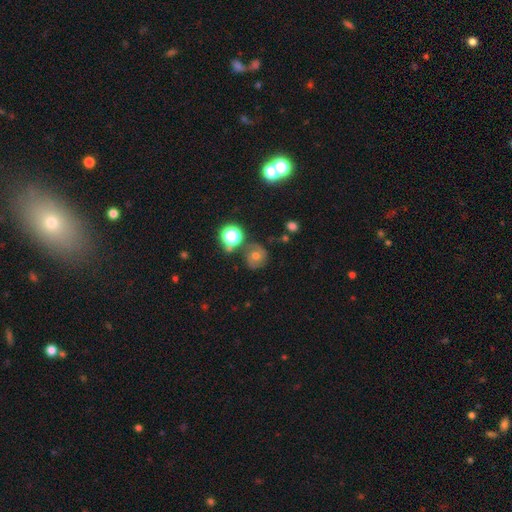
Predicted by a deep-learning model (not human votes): The model was most divided on "smooth or featured": featured or disk: 50%, smooth: 31%, star or artifact: 18%. More confident: edge-on disk — no (97%); merging — none (71%).